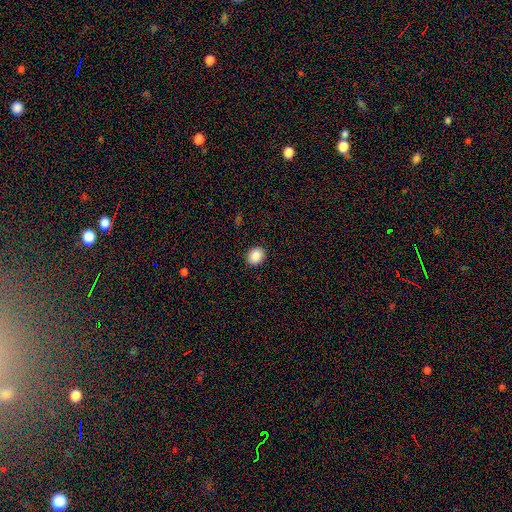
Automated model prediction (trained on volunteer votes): Smooth or featured? Predicted: smooth (p=0.88). How rounded? Predicted: round (p=0.59). Merging? Predicted: none (p=0.90).